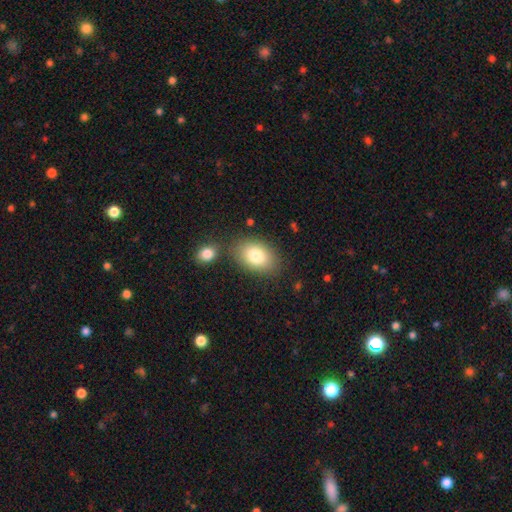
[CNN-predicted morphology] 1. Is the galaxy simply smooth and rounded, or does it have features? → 81% smooth, 11% featured or disk, 8% star or artifact.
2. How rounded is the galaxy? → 83% in between, 16% round, 1% cigar-shaped.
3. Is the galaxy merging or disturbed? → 76% none, 11% minor disturbance, 9% merger, 3% major disturbance.